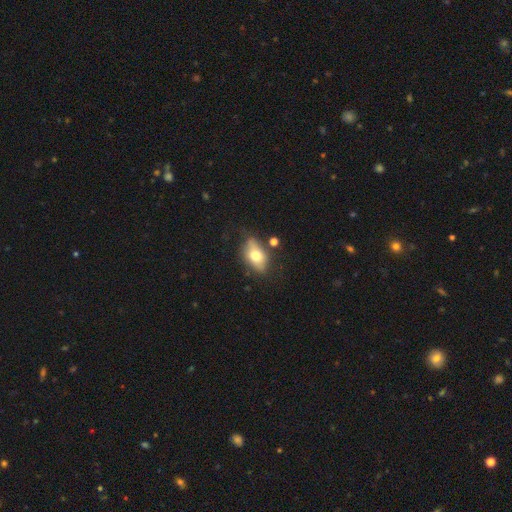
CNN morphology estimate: This is likely a smooth galaxy (65%). How rounded: clearly in between (85%). Merging: likely none (65%).